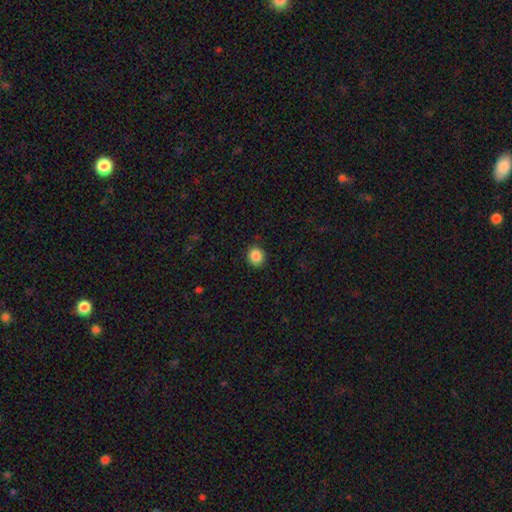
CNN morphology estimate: The model was most divided on "how rounded": round: 86%, in between: 13%, cigar-shaped: 1%. More confident: merging — none (89%); smooth or featured — smooth (87%).